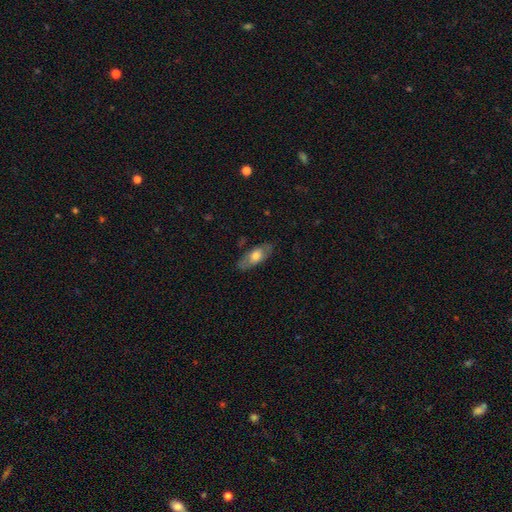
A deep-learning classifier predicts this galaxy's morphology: smooth-or-featured: smooth: 60% | featured or disk: 34% | star or artifact: 6%
  how-rounded: in between: 80% | cigar-shaped: 17% | round: 3%
  merging: none: 78% | minor disturbance: 16% | major disturbance: 5% | merger: 1%